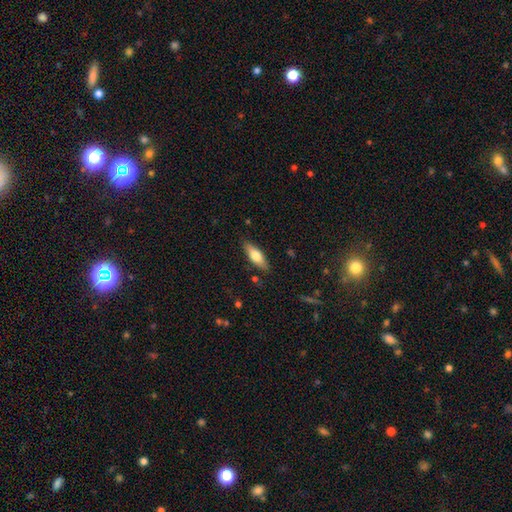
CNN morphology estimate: Smooth or featured? Predicted: smooth (p=0.70). How rounded? Predicted: in between (p=0.65). Merging? Predicted: none (p=0.85).